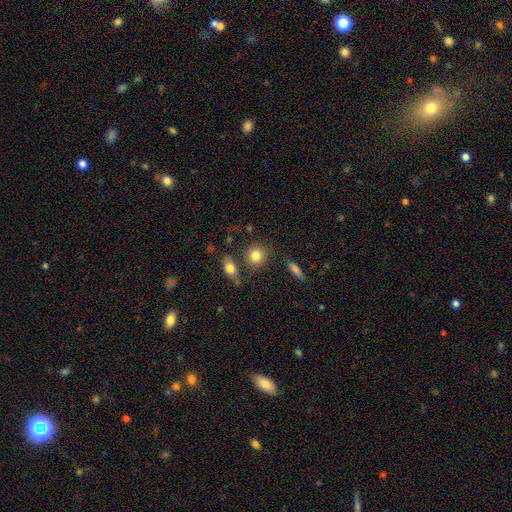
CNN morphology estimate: smooth-or-featured: smooth: 81% | star or artifact: 10% | featured or disk: 9%
  how-rounded: round: 82% | in between: 17% | cigar-shaped: 2%
  merging: none: 74% | minor disturbance: 12% | merger: 11% | major disturbance: 4%